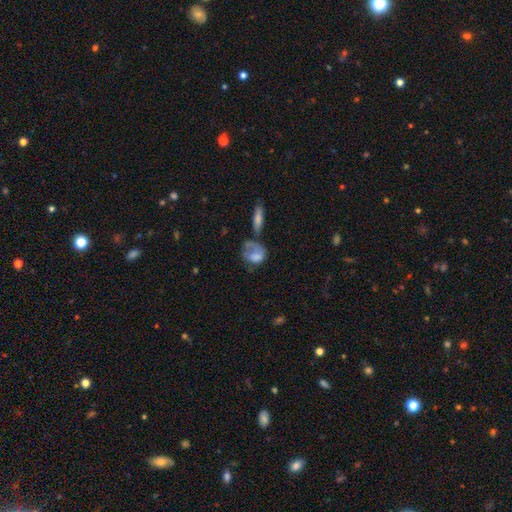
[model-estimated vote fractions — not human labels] This appears to be a smooth galaxy with no disk features (62%) that is in between round and cigar-shaped (64%). Merging: major disturbance (34%).